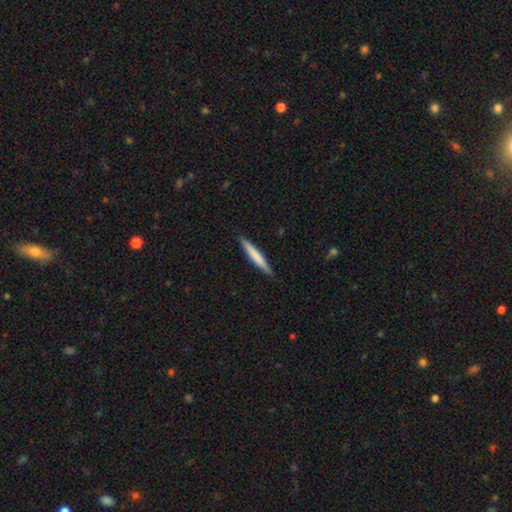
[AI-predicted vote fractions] Q: Smooth or featured?
A: smooth (67%); runner-up: featured or disk (28%)
Q: How rounded?
A: cigar-shaped (95%); runner-up: in between (4%)
Q: Merging?
A: none (89%); runner-up: minor disturbance (8%)